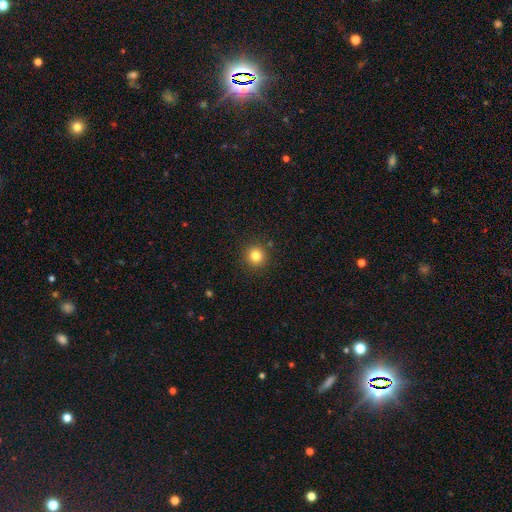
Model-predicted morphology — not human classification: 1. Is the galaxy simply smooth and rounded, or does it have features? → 82% smooth, 13% star or artifact, 6% featured or disk.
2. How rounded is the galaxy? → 94% round, 5% in between, 1% cigar-shaped.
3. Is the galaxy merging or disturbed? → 90% none, 6% minor disturbance, 2% major disturbance, 2% merger.